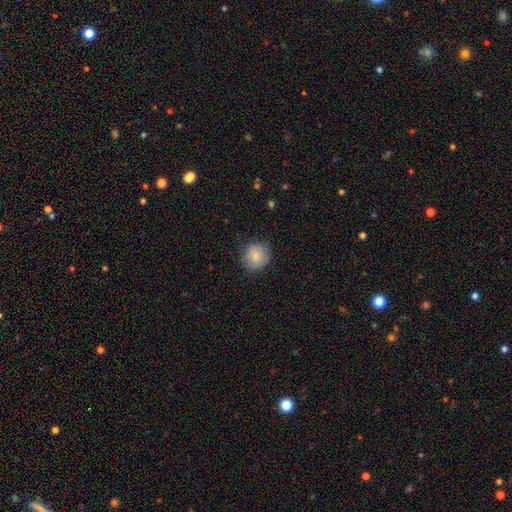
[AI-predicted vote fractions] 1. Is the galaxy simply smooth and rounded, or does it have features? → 77% smooth, 16% featured or disk, 7% star or artifact.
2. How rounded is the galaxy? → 86% round, 13% in between, 1% cigar-shaped.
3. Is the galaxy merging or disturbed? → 77% none, 18% minor disturbance, 4% major disturbance, 1% merger.